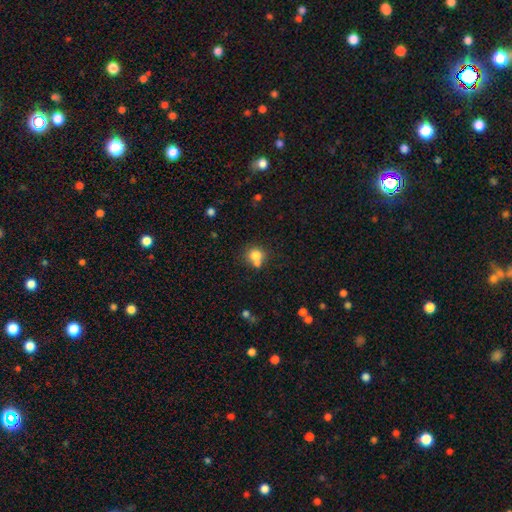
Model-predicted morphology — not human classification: smooth 78%, star or artifact 12%, featured or disk 11%. Down the decision tree: how rounded — round (80%); merging — none (50%).